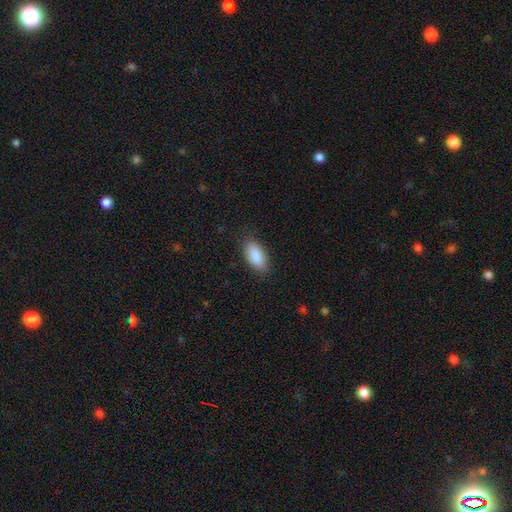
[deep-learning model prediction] Smooth or featured? smooth (90%)
How rounded? in between (90%)
Merging? none (86%)